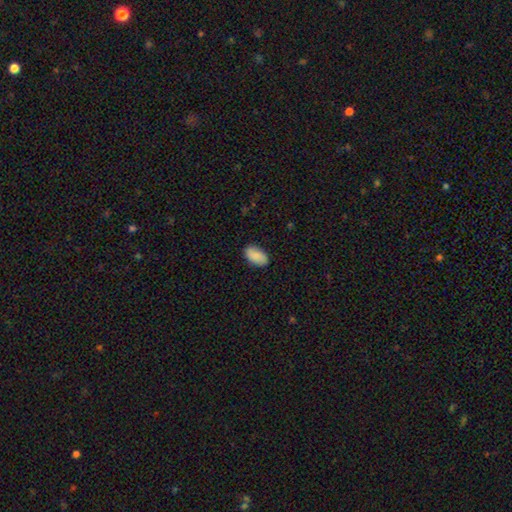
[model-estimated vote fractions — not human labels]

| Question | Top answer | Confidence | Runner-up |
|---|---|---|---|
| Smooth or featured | smooth | 87% | star or artifact (7%) |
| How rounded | in between | 94% | round (4%) |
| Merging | none | 84% | minor disturbance (12%) |